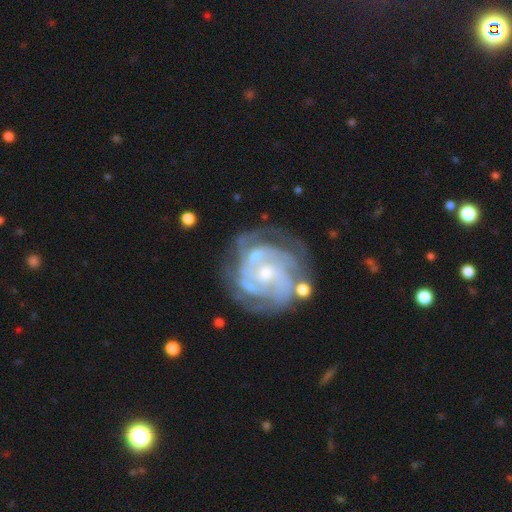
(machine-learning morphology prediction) type=featured or disk (87%); edge-on=no (98%); bar=no (67%); spiral arms=yes (96%); winding=tight (59%); arm count=3 (32%); bulge=small (48%); merging=none (54%).